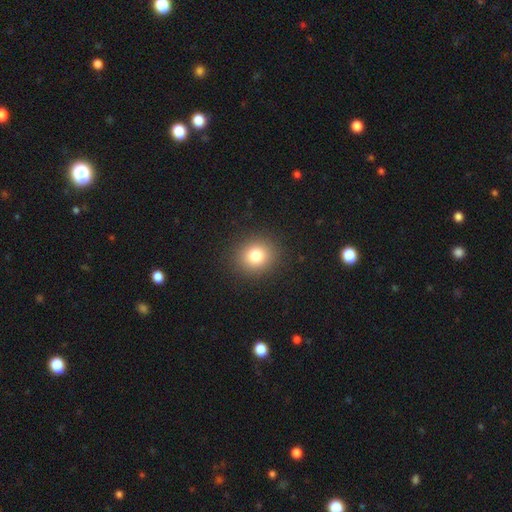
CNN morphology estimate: Smooth or featured: smooth — 80% (star or artifact — 12%)
How rounded: round — 82% (in between — 18%)
Merging: none — 91% (minor disturbance — 6%)